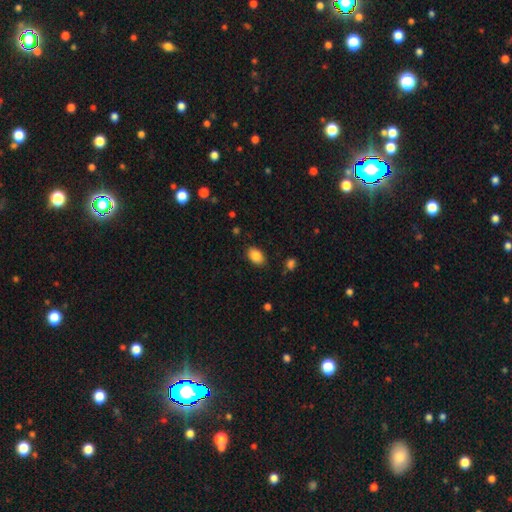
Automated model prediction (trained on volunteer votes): Morphology: type=smooth (86%); roundness=in between (86%); merging=none (86%).